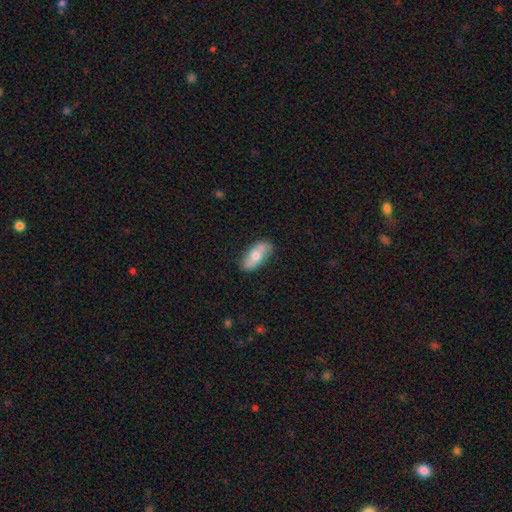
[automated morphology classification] smooth-or-featured: smooth: 63% | featured or disk: 31% | star or artifact: 6%
  how-rounded: in between: 81% | cigar-shaped: 16% | round: 3%
  merging: none: 83% | minor disturbance: 13% | major disturbance: 3% | merger: 1%